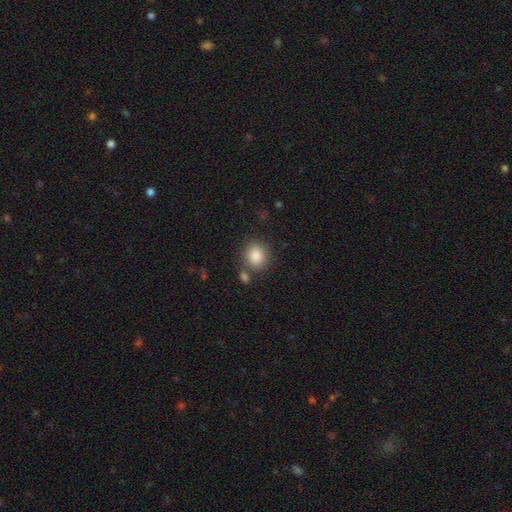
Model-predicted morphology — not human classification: Smooth or featured? smooth (86%)
How rounded? round (80%)
Merging? none (76%)